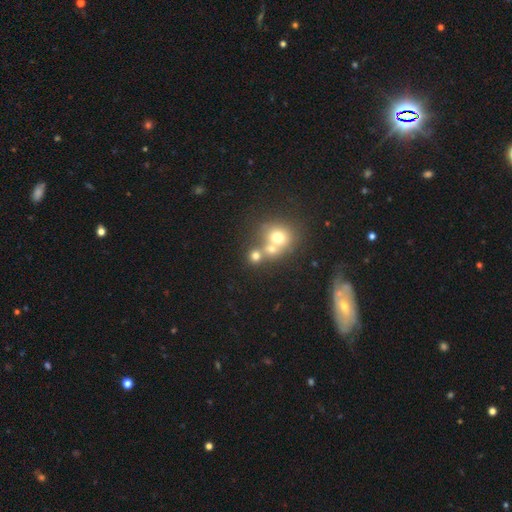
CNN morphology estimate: smooth-or-featured: smooth: 69% | star or artifact: 17% | featured or disk: 14%
  how-rounded: round: 83% | in between: 16% | cigar-shaped: 1%
  merging: none: 45% (tied) | merger: 45% (tied) | minor disturbance: 7% | major disturbance: 4%